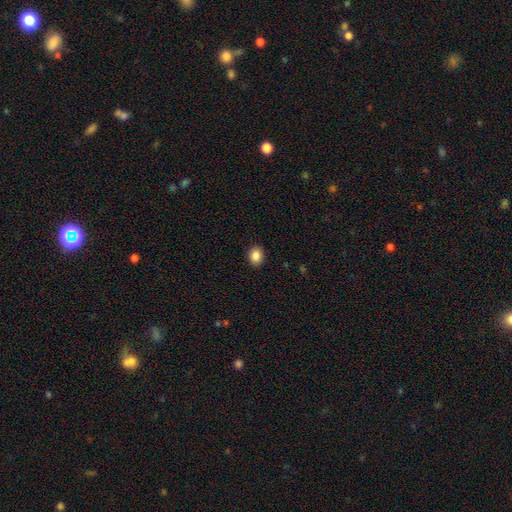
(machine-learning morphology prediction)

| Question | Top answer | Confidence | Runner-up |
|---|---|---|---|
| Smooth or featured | smooth | 87% | star or artifact (9%) |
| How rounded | in between | 55% | round (44%) |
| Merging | none | 90% | minor disturbance (7%) |